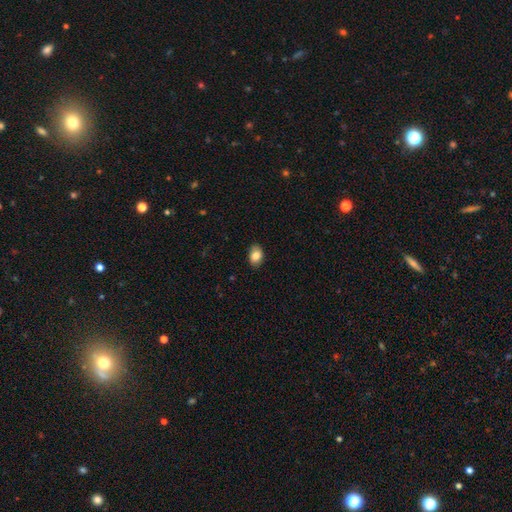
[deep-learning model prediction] smooth-or-featured: smooth: 84% | featured or disk: 9% | star or artifact: 8%
  how-rounded: in between: 82% | round: 17% | cigar-shaped: 1%
  merging: none: 86% | minor disturbance: 11% | major disturbance: 2% | merger: 1%